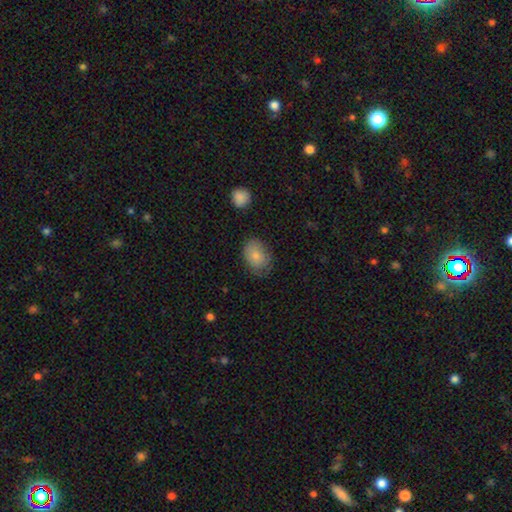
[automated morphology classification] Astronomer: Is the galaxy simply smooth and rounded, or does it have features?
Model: smooth — 79%.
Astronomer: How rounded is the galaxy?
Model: in between — 74%.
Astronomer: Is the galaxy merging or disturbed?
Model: none — 67%.